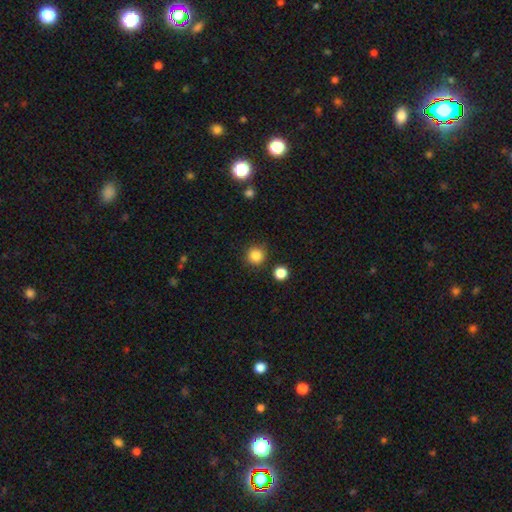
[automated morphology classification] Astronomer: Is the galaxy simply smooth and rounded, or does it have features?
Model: smooth — 86%.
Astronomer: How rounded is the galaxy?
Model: round — 94%.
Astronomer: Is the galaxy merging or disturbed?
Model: none — 86%.